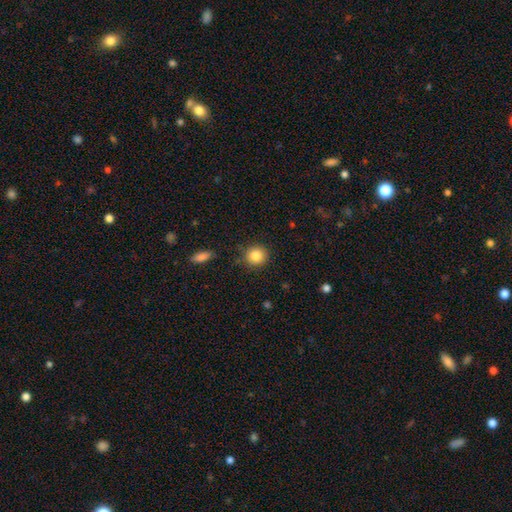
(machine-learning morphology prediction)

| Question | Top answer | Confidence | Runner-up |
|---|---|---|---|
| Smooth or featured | smooth | 85% | star or artifact (10%) |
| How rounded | round | 89% | in between (10%) |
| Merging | none | 86% | minor disturbance (10%) |